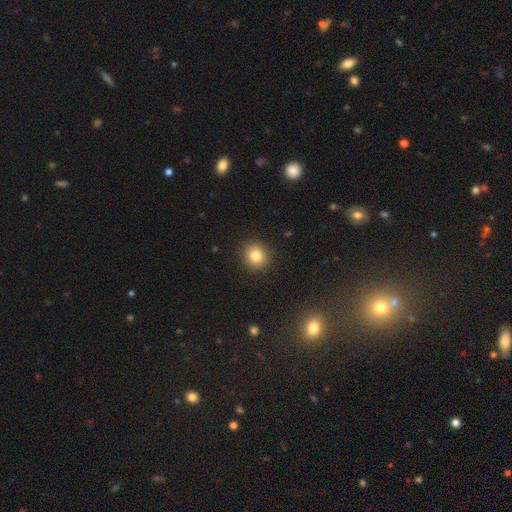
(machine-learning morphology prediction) type=smooth (82%); roundness=round (85%); merging=none (90%).